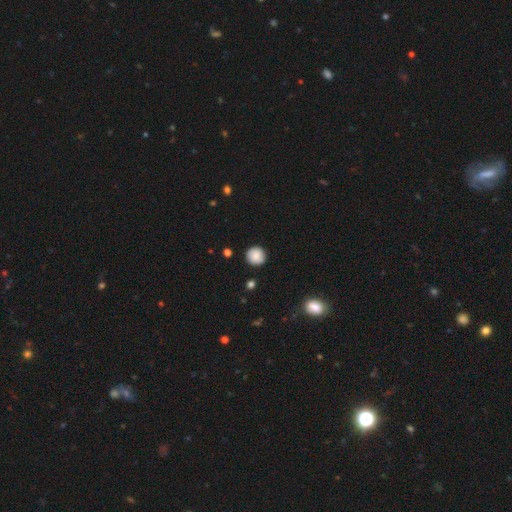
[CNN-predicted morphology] Smooth or featured? smooth (85%)
How rounded? round (92%)
Merging? none (88%)